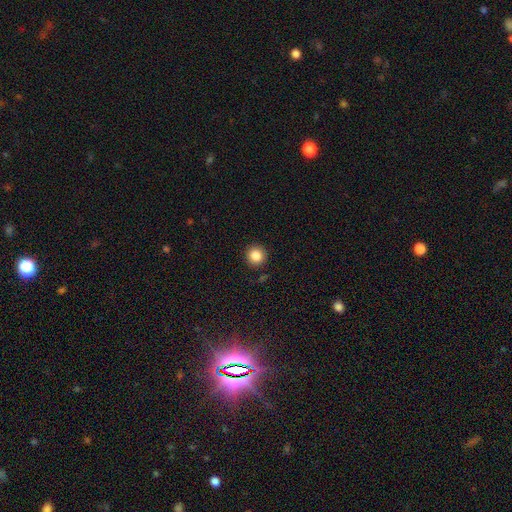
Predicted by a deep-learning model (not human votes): smooth_or_featured: smooth (p=0.85) [alt: star or artifact p=0.10]
how_rounded: round (p=0.94) [alt: in between p=0.05]
merging: none (p=0.91) [alt: minor disturbance p=0.05]